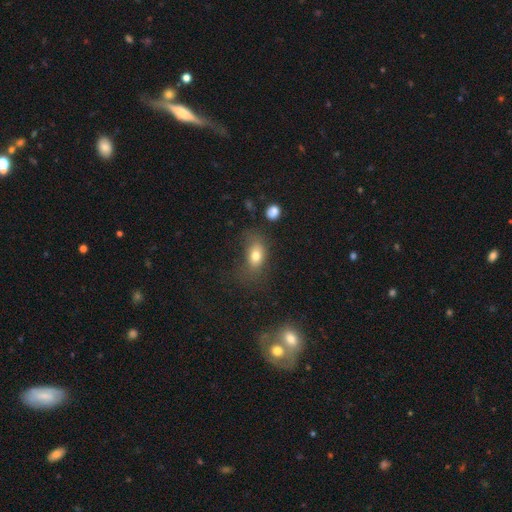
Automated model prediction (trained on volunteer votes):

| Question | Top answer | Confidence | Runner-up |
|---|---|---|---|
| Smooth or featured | smooth | 76% | featured or disk (13%) |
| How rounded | in between | 79% | round (18%) |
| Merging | none | 47% | minor disturbance (26%) |